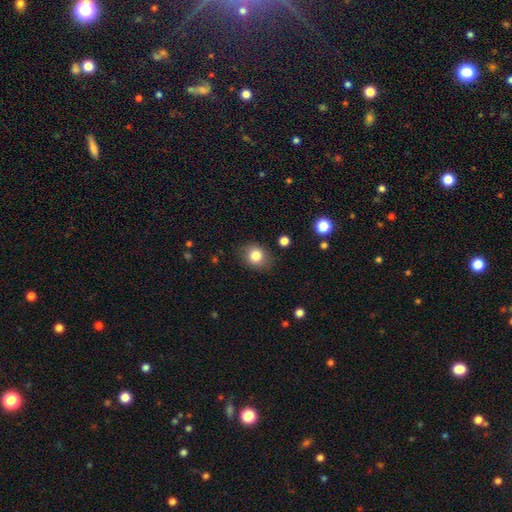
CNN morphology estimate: Smooth or featured? smooth (83%)
How rounded? round (66%)
Merging? none (82%)